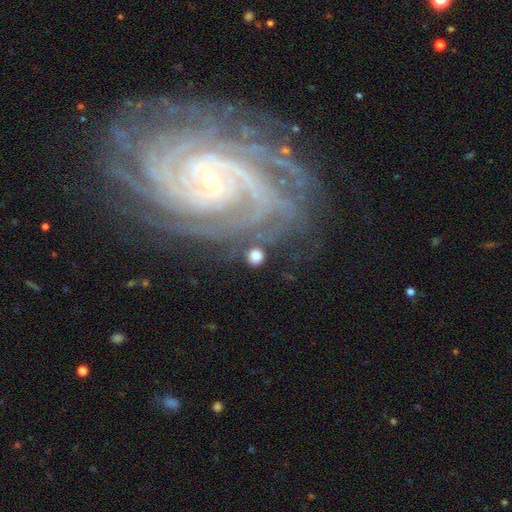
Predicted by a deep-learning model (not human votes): Smooth or featured? smooth (72%)
How rounded? round (82%)
Merging? none (76%)